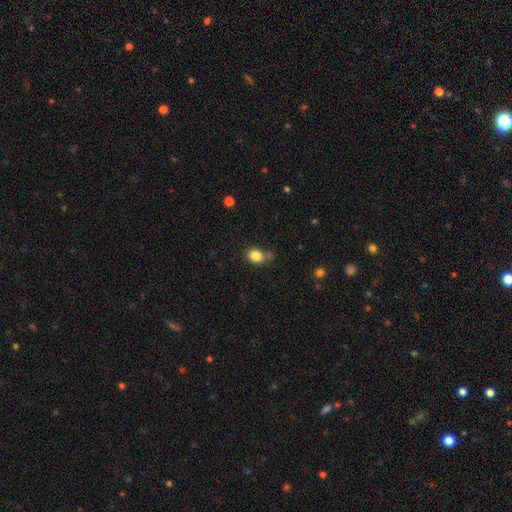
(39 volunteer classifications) smooth-or-featured: smooth: 85% | featured or disk: 8% | star or artifact: 8%
  how-rounded: round: 52% | in between: 48% | cigar-shaped: 0%
  merging: none: 58% | minor disturbance: 22% | merger: 14% | major disturbance: 6%